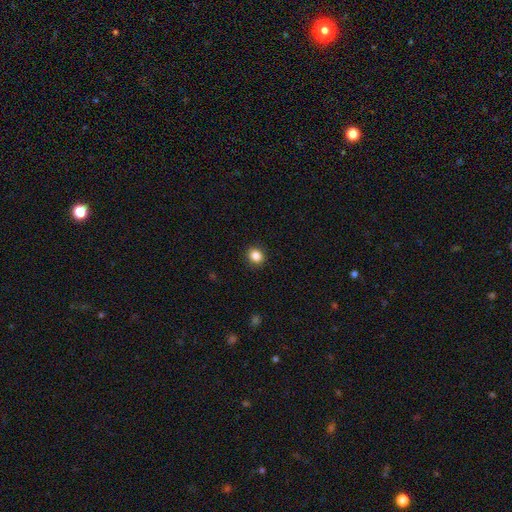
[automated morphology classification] Smooth or featured?
  - smooth: 86% *
  - star or artifact: 10%
  - featured or disk: 4%
How rounded?
  - round: 74% *
  - in between: 25%
  - cigar-shaped: 1%
Merging?
  - none: 91% *
  - minor disturbance: 6%
  - major disturbance: 2%
  - merger: 1%